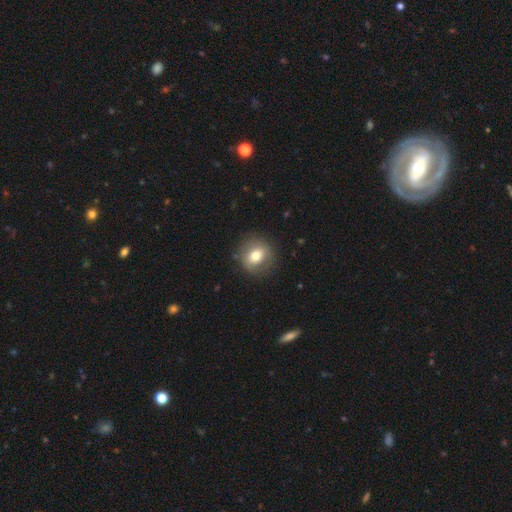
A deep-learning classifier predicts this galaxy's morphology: smooth-or-featured: smooth: 69% | featured or disk: 22% | star or artifact: 9%
  how-rounded: round: 81% | in between: 18% | cigar-shaped: 1%
  merging: none: 82% | minor disturbance: 12% | major disturbance: 5% | merger: 1%